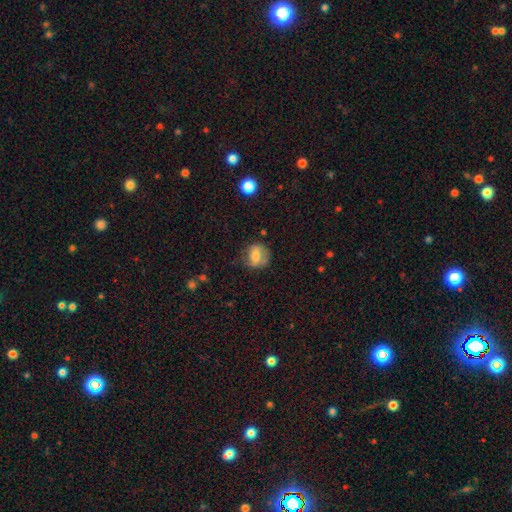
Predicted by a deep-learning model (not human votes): A smooth galaxy with no disk features (64%) that is round (64%).

Vote fractions:
- Smooth or featured? smooth: 64% / featured or disk: 27% / star or artifact: 9%
- How rounded? round: 64% / in between: 34% / cigar-shaped: 2%
- Merging? none: 61% / minor disturbance: 25% / major disturbance: 12% / merger: 2%